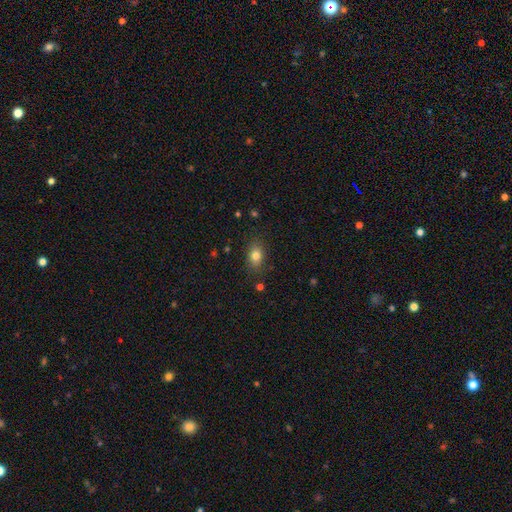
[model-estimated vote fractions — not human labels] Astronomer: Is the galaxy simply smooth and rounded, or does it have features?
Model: smooth — 80%.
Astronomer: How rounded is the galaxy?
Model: in between — 75%.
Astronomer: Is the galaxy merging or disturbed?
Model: none — 84%.